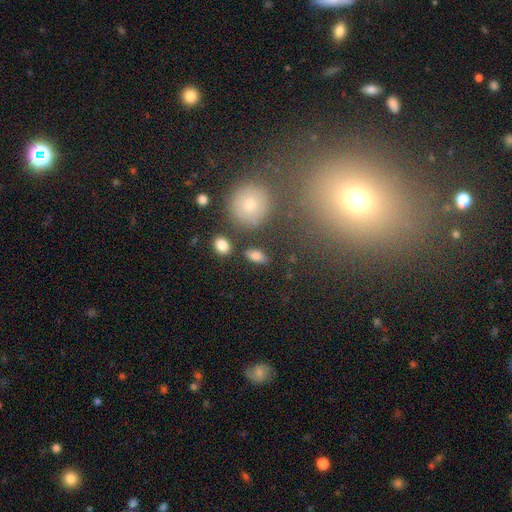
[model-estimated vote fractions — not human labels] smooth-or-featured: smooth: 80% | featured or disk: 12% | star or artifact: 9%
  how-rounded: in between: 86% | round: 8% | cigar-shaped: 6%
  merging: none: 80% | minor disturbance: 11% | merger: 5% | major disturbance: 3%